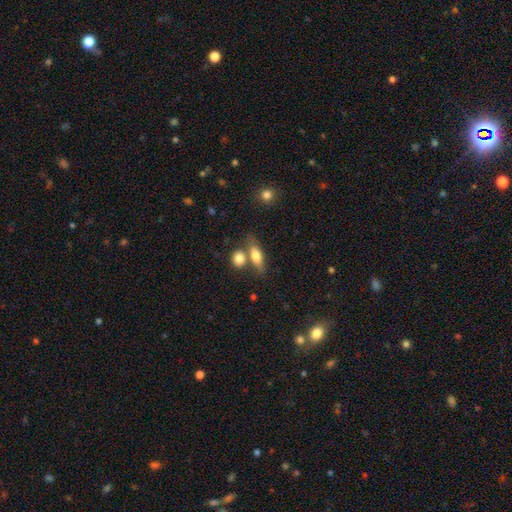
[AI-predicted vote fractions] A smooth galaxy with no disk features (73%) that is in between round and cigar-shaped (68%). Merging: none (54%).